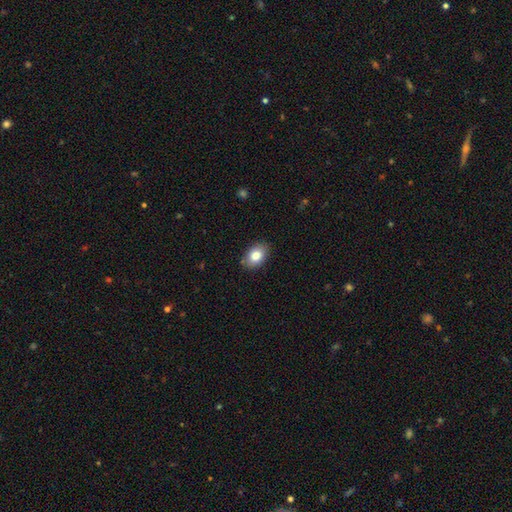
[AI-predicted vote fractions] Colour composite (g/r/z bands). It shows a smooth galaxy with no disk features (83%) that is in between round and cigar-shaped (80%). Merging: none (86%).